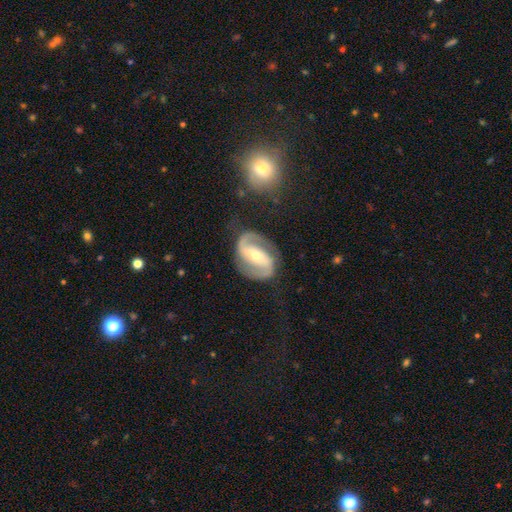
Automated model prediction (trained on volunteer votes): This appears to be a featured or disk galaxy (89%) with a strong bar (51%), 2 (93%) medium (51%) spiral arms (96%) and a small central bulge (49%). Merging: none (80%).